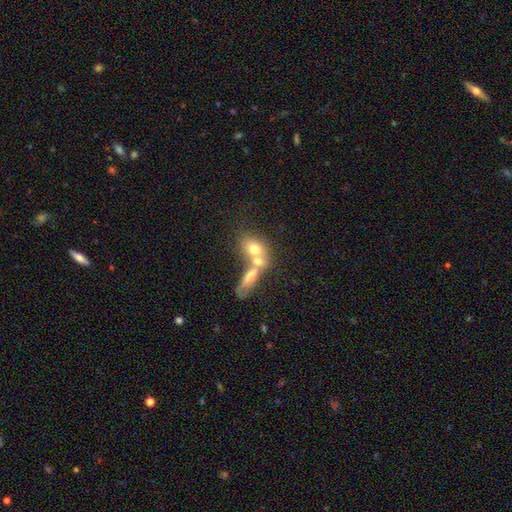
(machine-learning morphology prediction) The model was most divided on "smooth or featured": smooth: 52%, featured or disk: 33%, star or artifact: 15%. More confident: merging — merger (65%); how rounded — in between (52%).